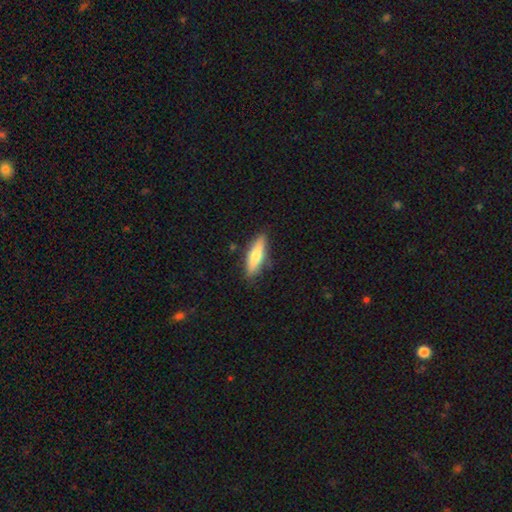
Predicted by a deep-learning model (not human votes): smooth 71%, featured or disk 24%, star or artifact 6%. Down the decision tree: how rounded — cigar-shaped (58%); merging — none (82%).